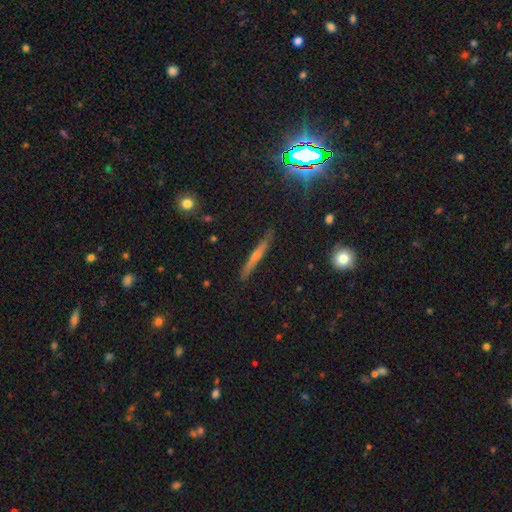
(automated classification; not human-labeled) This appears to be a featured or disk galaxy (50%). Merging: none (85%).